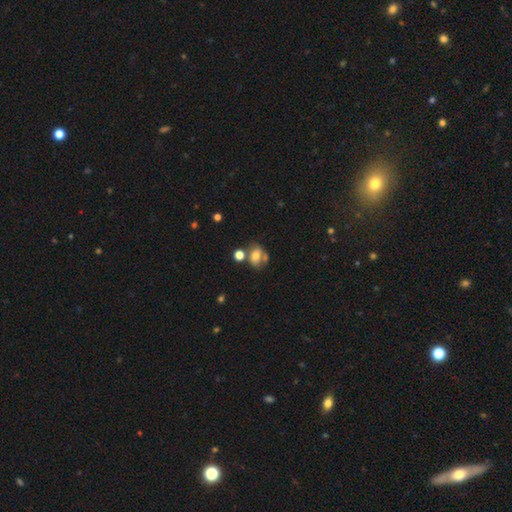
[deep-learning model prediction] The model was most divided on "merging": none: 42%, merger: 28%, minor disturbance: 19%, major disturbance: 10%. More confident: smooth or featured — smooth (63%); how rounded — in between (61%).